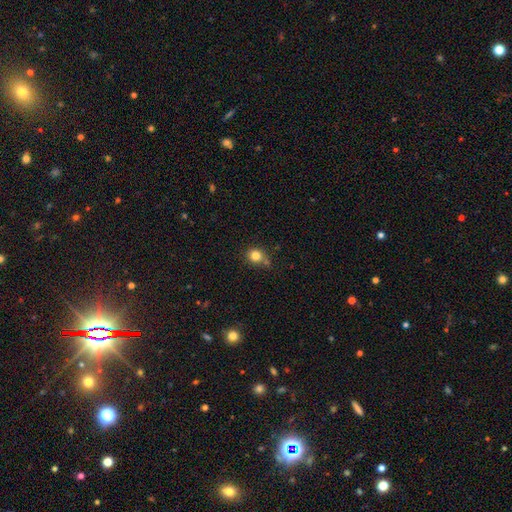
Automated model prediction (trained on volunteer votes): Smooth or featured? Predicted: smooth (p=0.82). How rounded? Predicted: round (p=0.80). Merging? Predicted: none (p=0.62).